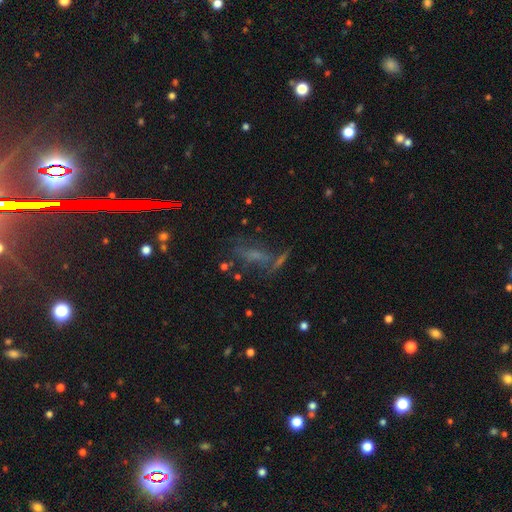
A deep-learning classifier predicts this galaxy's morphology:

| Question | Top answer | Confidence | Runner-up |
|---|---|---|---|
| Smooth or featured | featured or disk | 37% | star or artifact (35%) |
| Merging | none | 46% | major disturbance (24%) |